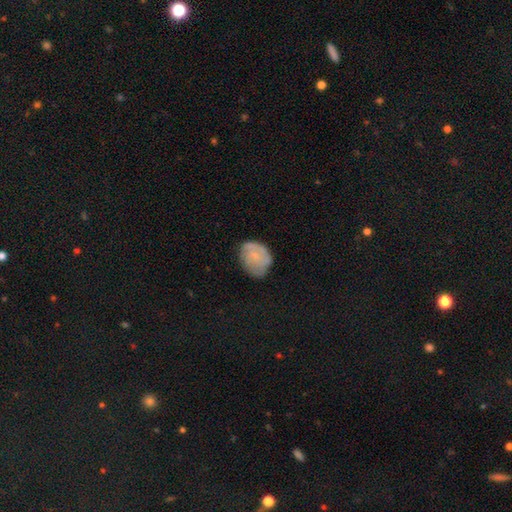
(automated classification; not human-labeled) smooth_or_featured: featured or disk (p=0.53) [alt: smooth p=0.39]
disk_edge_on: no (p=0.98) [alt: yes p=0.02]
bar: no (p=0.71) [alt: weak p=0.25]
has_spiral_arms: yes (p=0.85) [alt: no p=0.15]
bulge_size: small (p=0.63) [alt: none p=0.21]
merging: none (p=0.68) [alt: minor disturbance p=0.24]